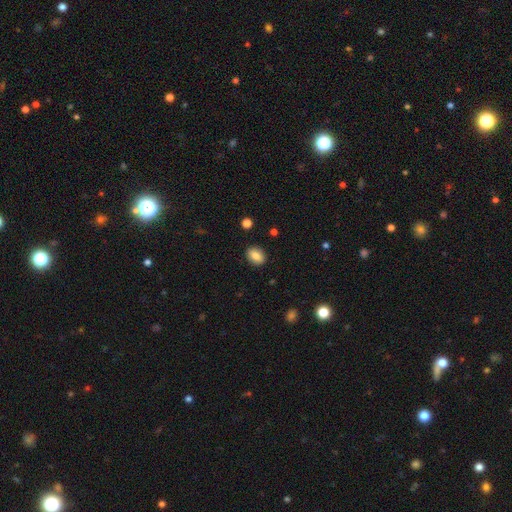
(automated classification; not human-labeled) Overall: smooth (81%). How rounded: in between (68%; round 30%). Merging: none (89%).